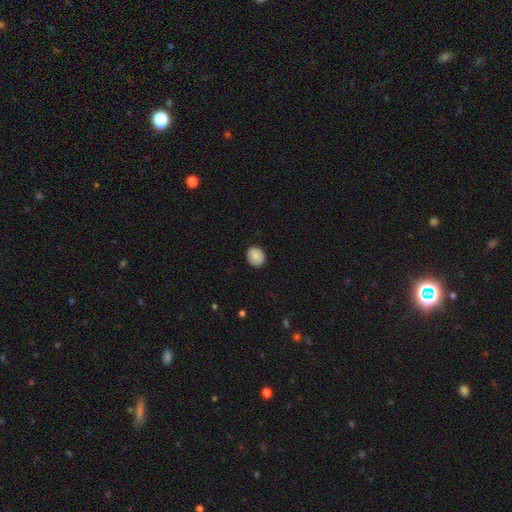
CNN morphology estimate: A smooth galaxy with no disk features (87%) that is round (76%). Merging: none (88%).